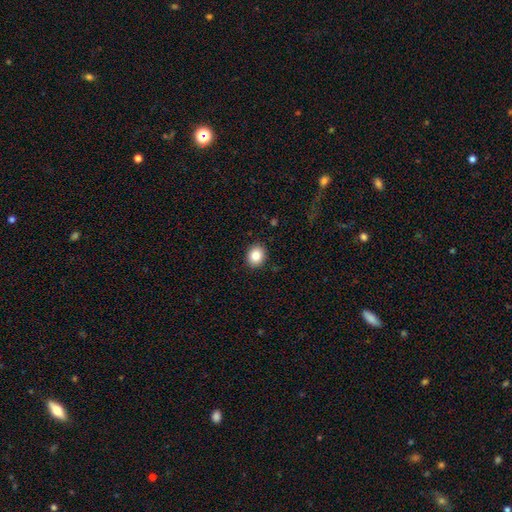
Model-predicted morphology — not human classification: Smooth or featured: smooth — 85% (star or artifact — 9%)
How rounded: round — 65% (in between — 34%)
Merging: none — 90% (minor disturbance — 7%)